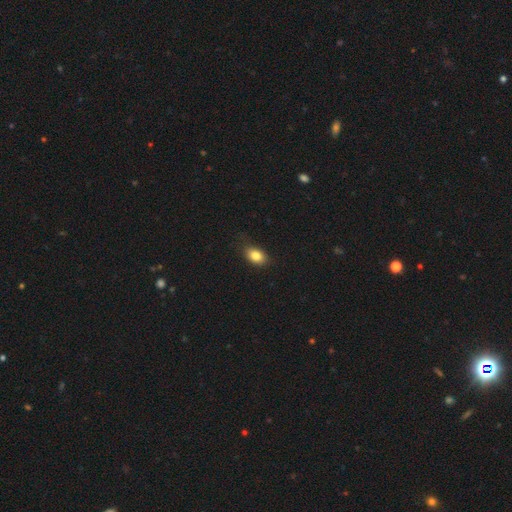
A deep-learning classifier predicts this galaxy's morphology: A smooth galaxy with no disk features (83%) that is in between round and cigar-shaped (82%).

Vote fractions:
- Smooth or featured? smooth: 83% / star or artifact: 9% / featured or disk: 8%
- How rounded? in between: 82% / round: 16% / cigar-shaped: 2%
- Merging? none: 79% / minor disturbance: 16% / major disturbance: 3% / merger: 1%